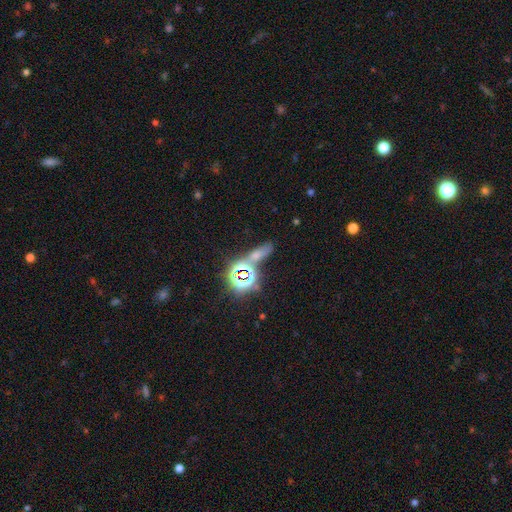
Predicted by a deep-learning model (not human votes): Q: Smooth or featured?
A: star or artifact (46%); runner-up: smooth (39%)